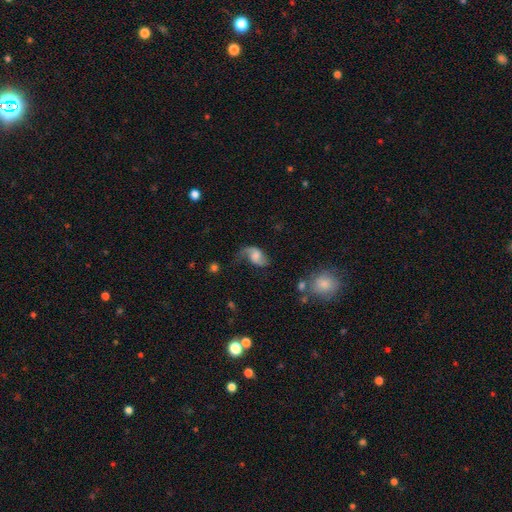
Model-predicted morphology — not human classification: Smooth or featured?
  - featured or disk: 73% *
  - smooth: 19%
  - star or artifact: 8%
Edge-on disk?
  - no: 97% *
  - yes: 3%
Bar?
  - no: 49% *
  - weak: 42%
  - strong: 9%
Spiral arms?
  - yes: 93% *
  - no: 7%
Spiral winding?
  - loose: 68% *
  - medium: 26%
  - tight: 6%
Spiral arm count?
  - 2: 83% *
  - 1: 11%
  - can't tell: 3%
  - 3: 1%
  - 4: 1%
  - more than 4: 1%
Bulge size?
  - moderate: 29% * (tied)
  - none: 29% * (tied)
  - small: 21%
  - large: 18%
  - dominant: 3%
Merging?
  - none: 52% *
  - minor disturbance: 25%
  - major disturbance: 19%
  - merger: 4%